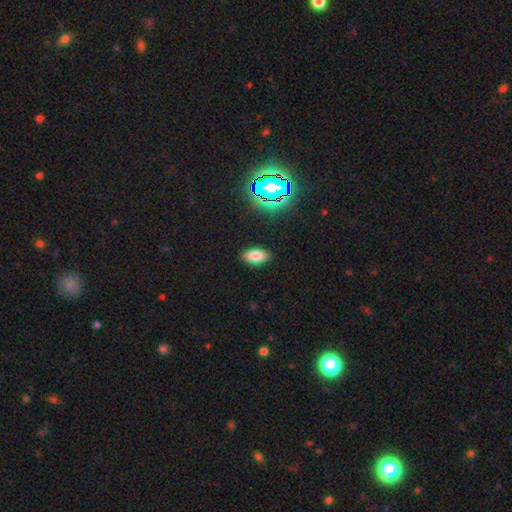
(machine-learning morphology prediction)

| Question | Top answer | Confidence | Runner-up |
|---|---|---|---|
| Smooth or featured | smooth | 77% | star or artifact (14%) |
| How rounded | in between | 90% | cigar-shaped (7%) |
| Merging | none | 88% | minor disturbance (9%) |